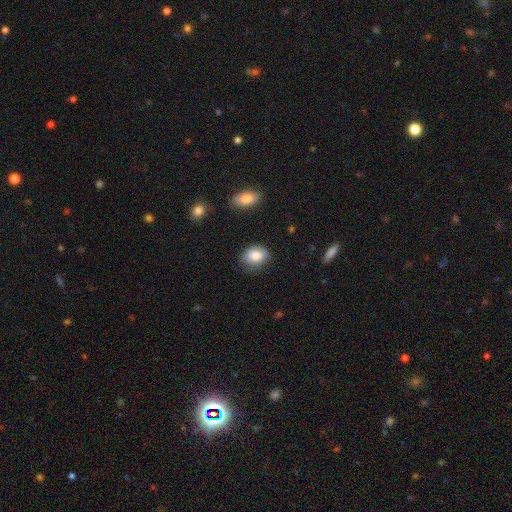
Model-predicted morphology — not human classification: A smooth galaxy with no disk features (82%) that is in between round and cigar-shaped (57%).

Vote fractions:
- Smooth or featured? smooth: 82% / featured or disk: 10% / star or artifact: 8%
- How rounded? in between: 57% / round: 42% / cigar-shaped: 1%
- Merging? none: 71% / minor disturbance: 23% / major disturbance: 5% / merger: 2%